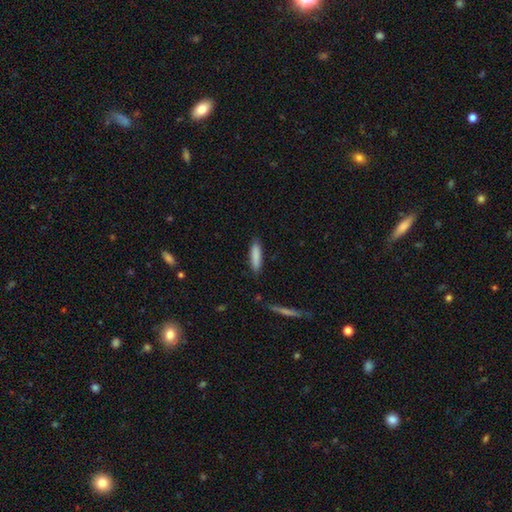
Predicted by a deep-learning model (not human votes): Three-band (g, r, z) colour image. It shows a smooth galaxy with no disk features (85%) that is cigar-shaped (72%). Merging: none (85%).